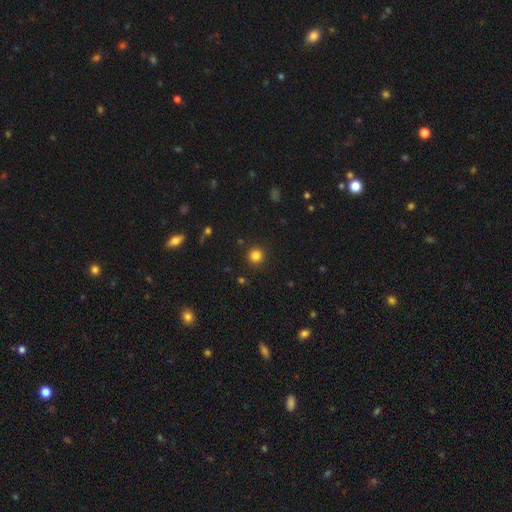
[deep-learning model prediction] This is clearly a smooth galaxy (83%). How rounded: clearly round (95%). Merging: clearly none (92%).